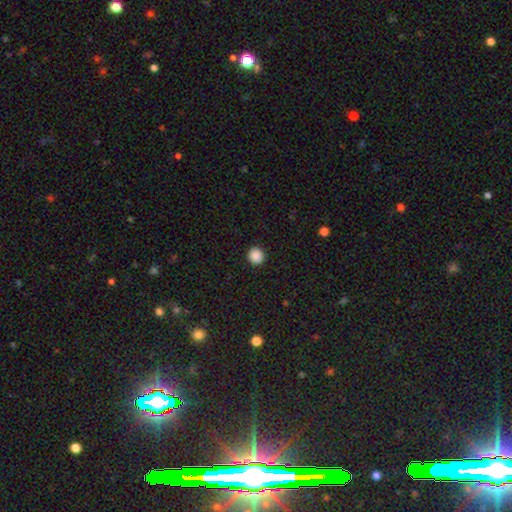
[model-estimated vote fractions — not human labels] Smooth or featured: smooth — 88% (star or artifact — 9%)
How rounded: round — 94% (in between — 5%)
Merging: none — 93% (minor disturbance — 4%)